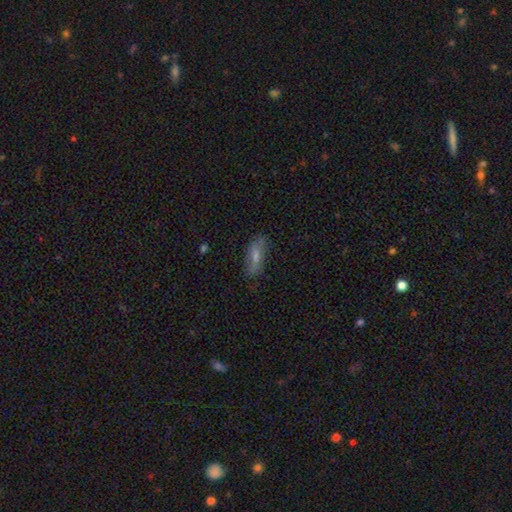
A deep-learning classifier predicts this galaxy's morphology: Q: Smooth or featured?
A: smooth (45%); runner-up: featured or disk (42%)
Q: Merging?
A: none (77%); runner-up: minor disturbance (17%)